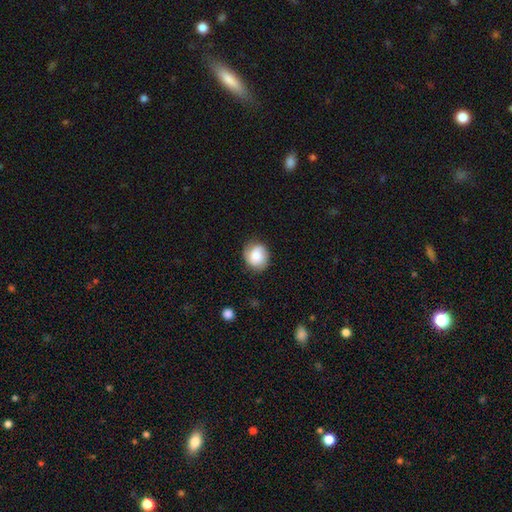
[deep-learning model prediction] smooth-or-featured: smooth: 71% | featured or disk: 21% | star or artifact: 8%
  how-rounded: round: 75% | in between: 24% | cigar-shaped: 1%
  merging: none: 78% | minor disturbance: 17% | major disturbance: 4% | merger: 1%